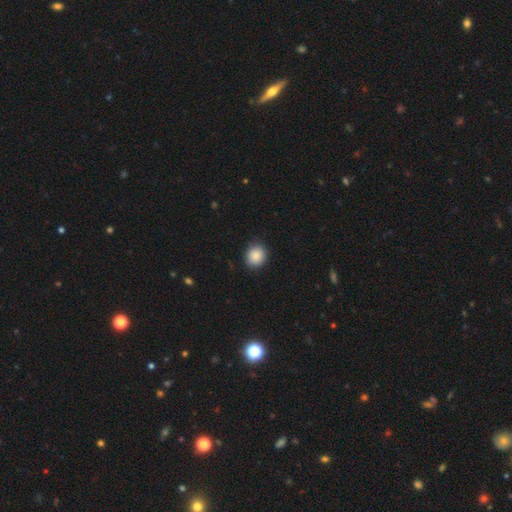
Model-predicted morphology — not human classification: The model was most divided on "how rounded": round: 81%, in between: 18%, cigar-shaped: 1%. More confident: smooth or featured — smooth (88%); merging — none (88%).